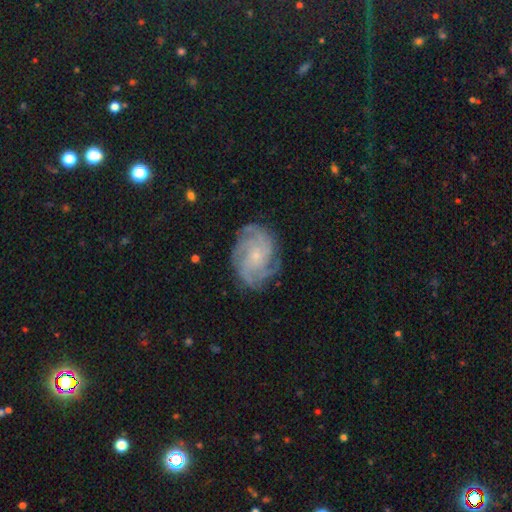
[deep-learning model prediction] A featured or disk galaxy (83%) with no bar (74%), 4 (31%) tight (58%) spiral arms (97%) and a small central bulge (73%).

Vote fractions:
- Smooth or featured? featured or disk: 83% / smooth: 10% / star or artifact: 7%
- Edge-on disk? no: 97% / yes: 3%
- Bar? no: 74% / weak: 22% / strong: 4%
- Spiral arms? yes: 97% / no: 3%
- Spiral winding? tight: 58% / medium: 34% / loose: 8%
- Spiral arm count? 4: 31% / 3: 22% / can't tell: 20% / 2: 10% / more than 4: 10% / 1: 7%
- Bulge size? small: 73% / moderate: 21% / none: 4% / large: 2% / dominant: 1%
- Merging? none: 79% / minor disturbance: 15% / major disturbance: 5% / merger: 1%